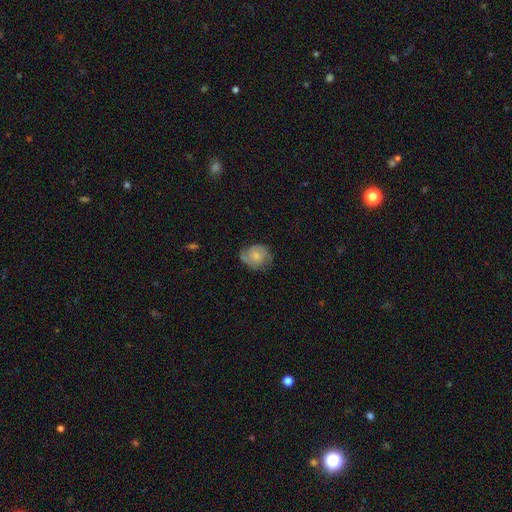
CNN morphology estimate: Smooth or featured: featured or disk — 58% (smooth — 35%)
Edge-on disk: no — 97% (yes — 3%)
Bar: no — 74% (weak — 23%)
Spiral arms: yes — 89% (no — 11%)
Spiral winding: tight — 44% (medium — 40%)
Spiral arm count: 2 — 65% (can't tell — 15%)
Bulge size: small — 46% (moderate — 34%)
Merging: none — 63% (minor disturbance — 25%)